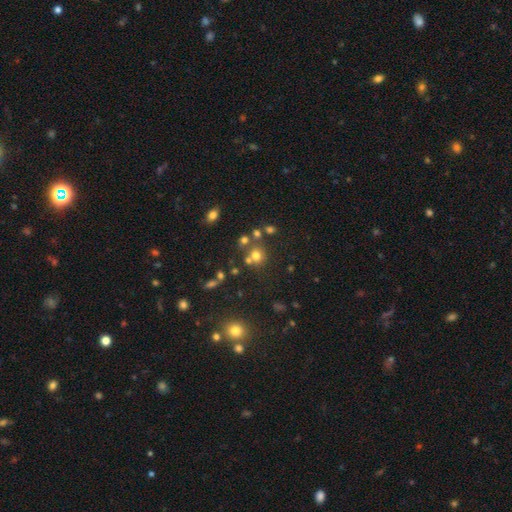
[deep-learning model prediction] The model was most divided on "merging": none: 61%, merger: 25%, minor disturbance: 9%, major disturbance: 5%. More confident: how rounded — round (84%); smooth or featured — smooth (66%).